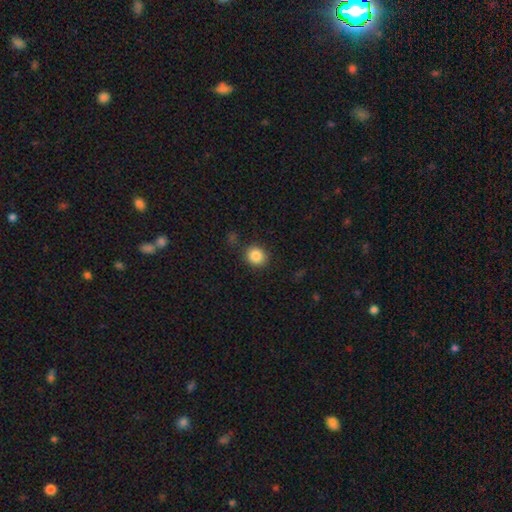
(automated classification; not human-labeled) A smooth galaxy with no disk features (86%) that is round (83%). Merging: none (87%).